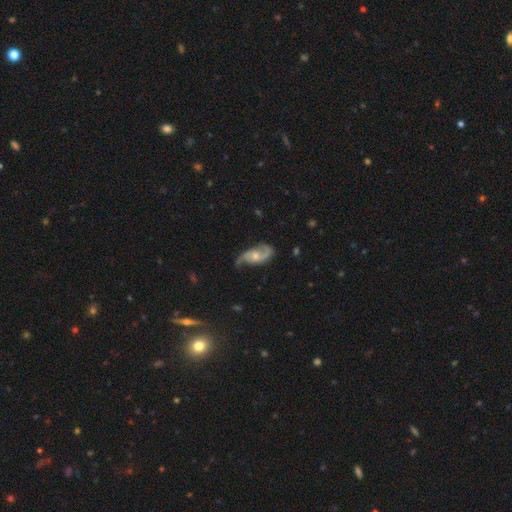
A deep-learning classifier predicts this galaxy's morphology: A featured or disk galaxy (83%) with no bar (63%), 2 (89%) loose (46%) spiral arms (95%) and a moderate central bulge (52%). Merging: none (62%).